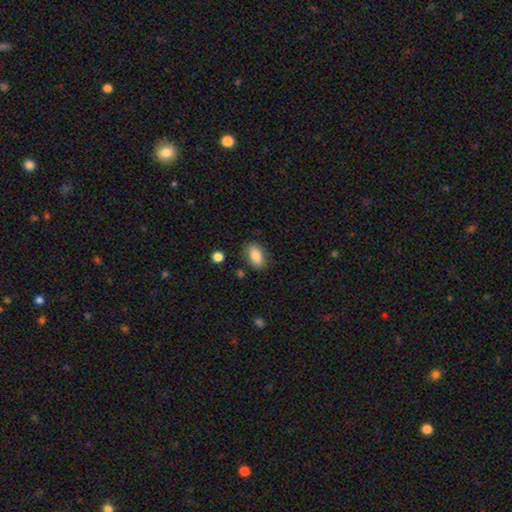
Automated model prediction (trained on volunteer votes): Smooth or featured: smooth — 85% (star or artifact — 8%)
How rounded: in between — 90% (round — 7%)
Merging: none — 82% (minor disturbance — 13%)